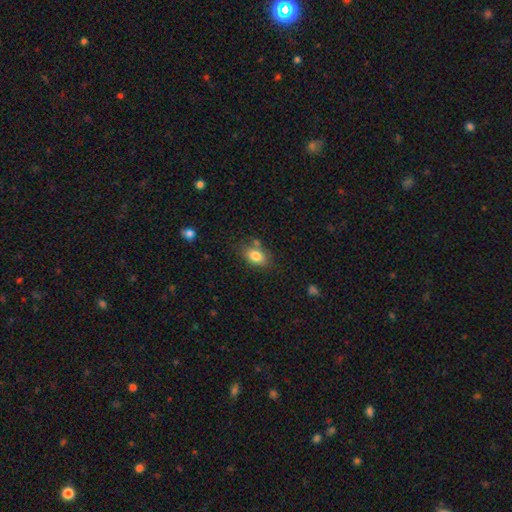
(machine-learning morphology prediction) Smooth or featured? smooth (82%)
How rounded? in between (83%)
Merging? none (71%)